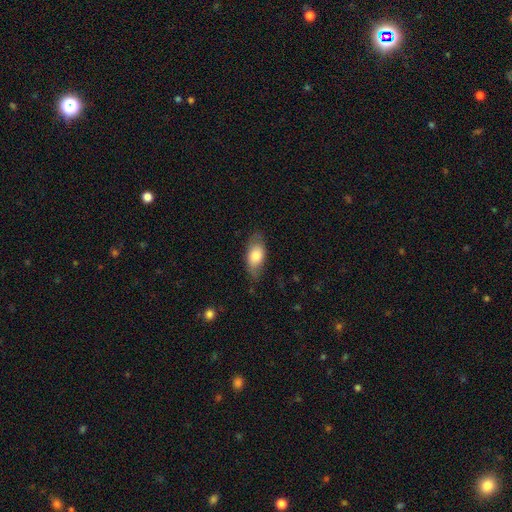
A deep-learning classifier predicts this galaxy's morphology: The model was most divided on "merging": none: 69%, minor disturbance: 23%, major disturbance: 6%, merger: 1%. More confident: how rounded — in between (89%); smooth or featured — smooth (76%).